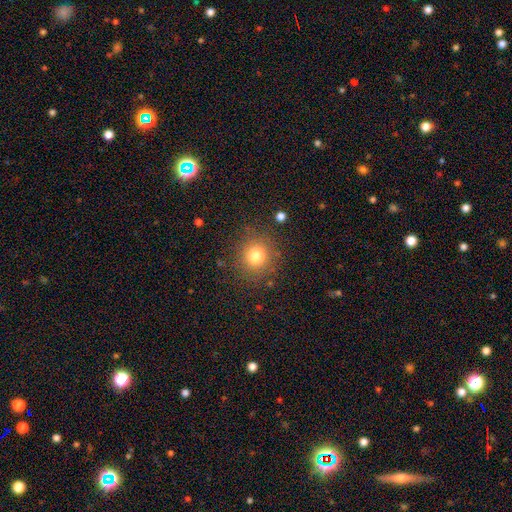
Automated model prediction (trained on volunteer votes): This is likely a smooth galaxy (78%). How rounded: clearly round (87%). Merging: clearly none (84%).